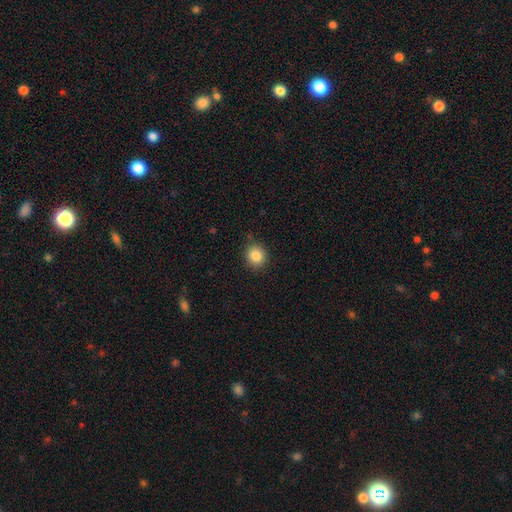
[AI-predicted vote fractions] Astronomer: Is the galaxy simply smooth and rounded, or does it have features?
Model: smooth — 85%.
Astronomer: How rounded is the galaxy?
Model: round — 86%.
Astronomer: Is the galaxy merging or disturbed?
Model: none — 86%.